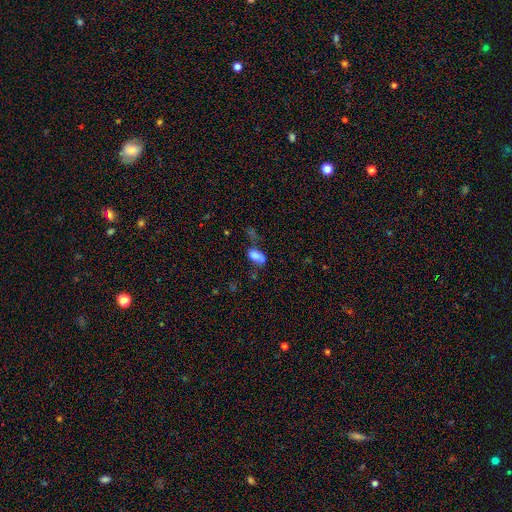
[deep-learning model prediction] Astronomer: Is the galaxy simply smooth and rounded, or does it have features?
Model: smooth — 72%.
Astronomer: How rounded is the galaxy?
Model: in between — 83%.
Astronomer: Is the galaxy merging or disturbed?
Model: none — 28% (runner-up: merger, 25%).